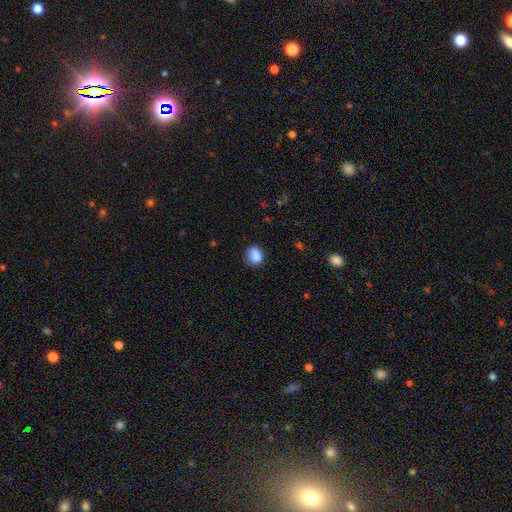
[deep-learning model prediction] smooth_or_featured: smooth (p=0.87) [alt: star or artifact p=0.09]
how_rounded: round (p=0.53) [alt: in between p=0.46]
merging: none (p=0.78) [alt: minor disturbance p=0.17]